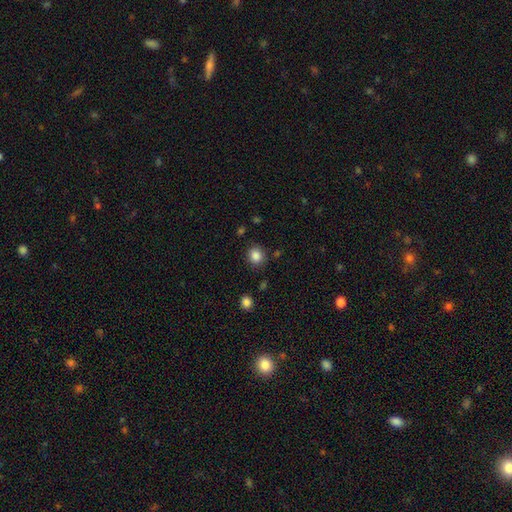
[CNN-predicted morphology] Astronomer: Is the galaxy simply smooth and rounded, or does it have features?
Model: smooth — 86%.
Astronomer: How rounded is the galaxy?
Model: round — 78%.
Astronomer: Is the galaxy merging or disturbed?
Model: none — 85%.